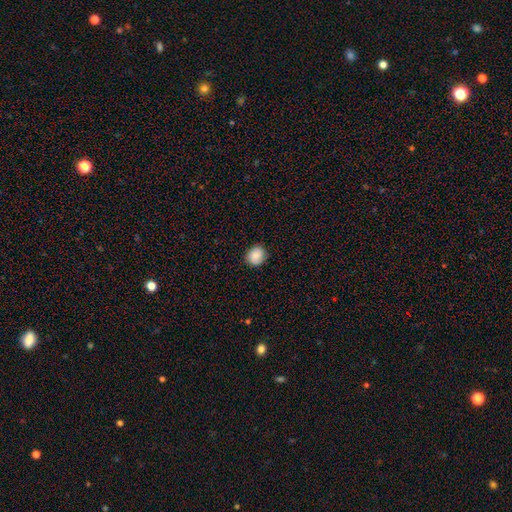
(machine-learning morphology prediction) Smooth or featured?
  - smooth: 81% *
  - featured or disk: 11%
  - star or artifact: 8%
How rounded?
  - round: 71% *
  - in between: 28%
  - cigar-shaped: 1%
Merging?
  - none: 83% *
  - minor disturbance: 13%
  - major disturbance: 3%
  - merger: 1%